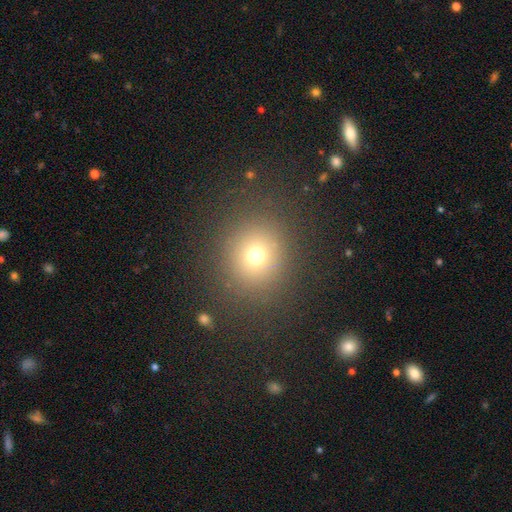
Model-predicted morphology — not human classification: Smooth or featured?
  - smooth: 70% *
  - star or artifact: 20%
  - featured or disk: 10%
How rounded?
  - round: 86% *
  - in between: 13%
  - cigar-shaped: 1%
Merging?
  - none: 86% *
  - minor disturbance: 7%
  - major disturbance: 5%
  - merger: 2%